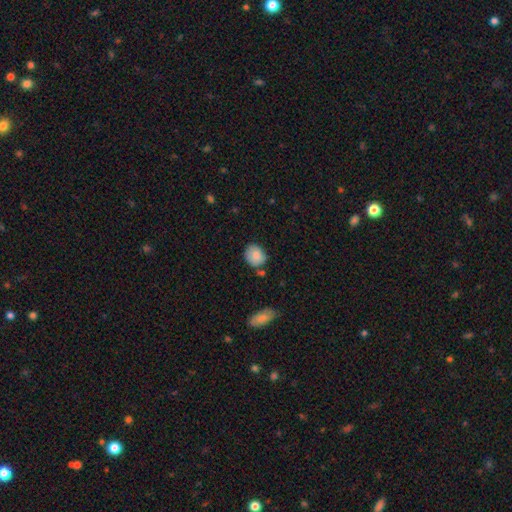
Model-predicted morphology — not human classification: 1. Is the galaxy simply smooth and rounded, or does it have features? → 83% smooth, 9% featured or disk, 8% star or artifact.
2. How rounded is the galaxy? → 63% round, 36% in between, 1% cigar-shaped.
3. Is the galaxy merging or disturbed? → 67% none, 22% minor disturbance, 7% merger, 4% major disturbance.